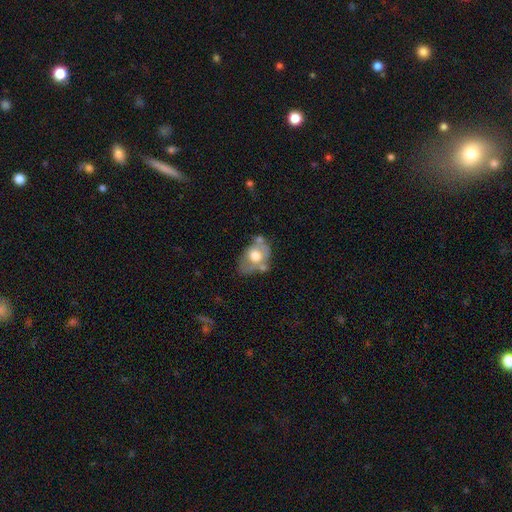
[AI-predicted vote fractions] Smooth or featured? smooth (50%)
How rounded? in between (78%)
Merging? none (40%)